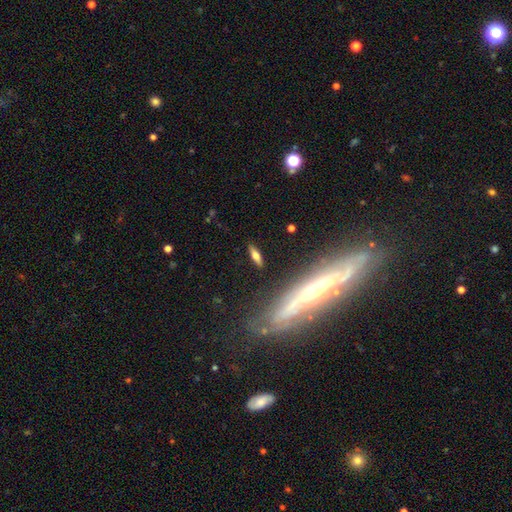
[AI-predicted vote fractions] smooth_or_featured: smooth (p=0.60) [alt: featured or disk p=0.31]
how_rounded: cigar-shaped (p=0.49) [alt: in between p=0.48]
merging: none (p=0.84) [alt: minor disturbance p=0.10]